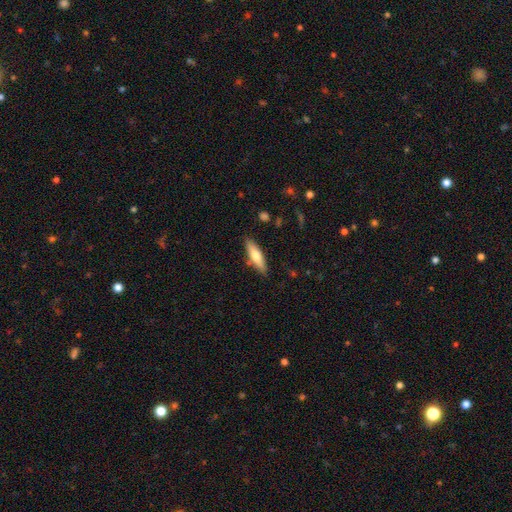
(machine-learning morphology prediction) The model was most divided on "how rounded": cigar-shaped: 66%, in between: 33%, round: 2%. More confident: merging — none (84%); smooth or featured — smooth (65%).